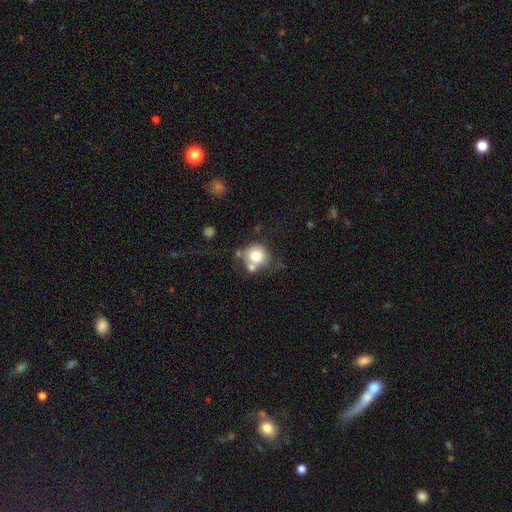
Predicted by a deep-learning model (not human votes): The model was most divided on "merging": none: 53%, merger: 23%, minor disturbance: 16%, major disturbance: 8%. More confident: how rounded — round (89%); smooth or featured — smooth (73%).